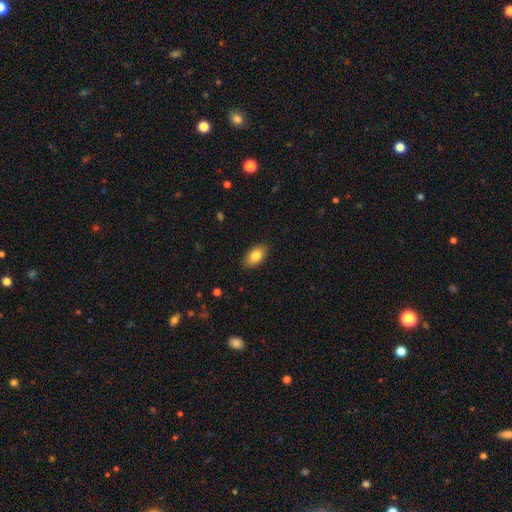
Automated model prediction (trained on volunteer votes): A smooth galaxy with no disk features (84%) that is in between round and cigar-shaped (92%). Merging: none (88%).